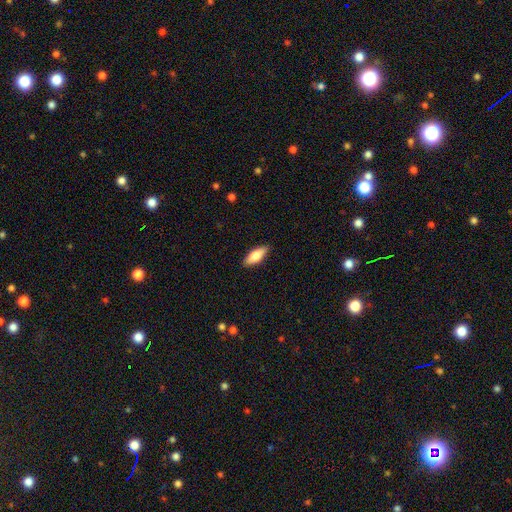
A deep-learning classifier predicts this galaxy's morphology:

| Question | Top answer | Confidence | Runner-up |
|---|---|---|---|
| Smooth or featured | smooth | 66% | featured or disk (28%) |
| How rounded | in between | 67% | cigar-shaped (30%) |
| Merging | none | 88% | minor disturbance (9%) |